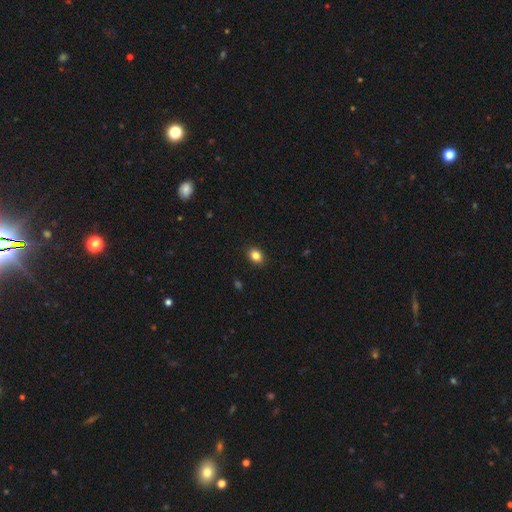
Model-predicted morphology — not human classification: Smooth or featured: smooth — 84% (star or artifact — 10%)
How rounded: in between — 57% (round — 42%)
Merging: none — 90% (minor disturbance — 7%)